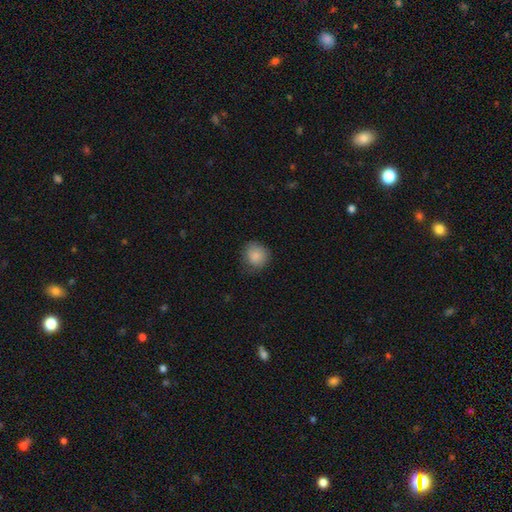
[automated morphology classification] This is clearly a smooth galaxy (87%). How rounded: clearly round (87%). Merging: likely none (74%).